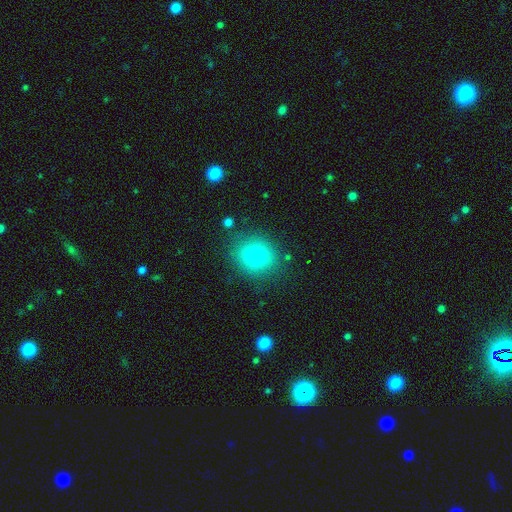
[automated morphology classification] Q: Smooth or featured?
A: smooth (78%); runner-up: star or artifact (12%)
Q: How rounded?
A: round (77%); runner-up: in between (22%)
Q: Merging?
A: none (84%); runner-up: minor disturbance (10%)